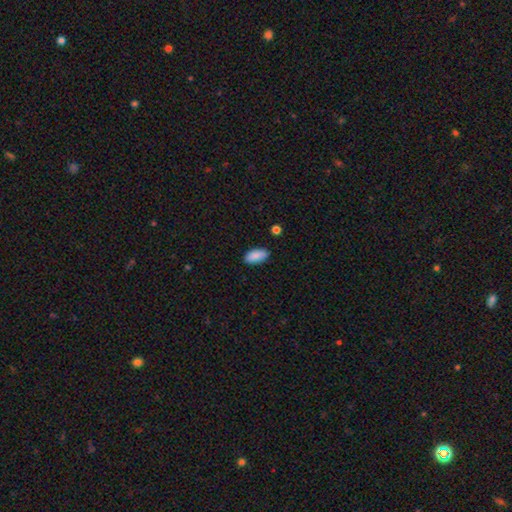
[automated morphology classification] The model was most divided on "merging": none: 86%, minor disturbance: 10%, major disturbance: 2%, merger: 1%. More confident: how rounded — in between (92%); smooth or featured — smooth (89%).